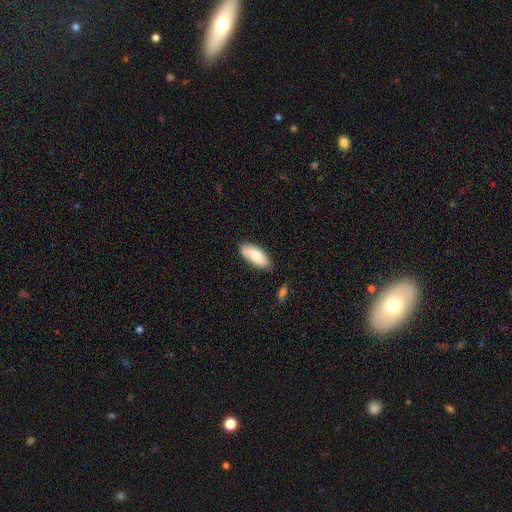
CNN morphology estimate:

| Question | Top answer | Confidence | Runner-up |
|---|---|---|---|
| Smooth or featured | smooth | 77% | featured or disk (17%) |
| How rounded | in between | 84% | cigar-shaped (14%) |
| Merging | none | 77% | minor disturbance (17%) |